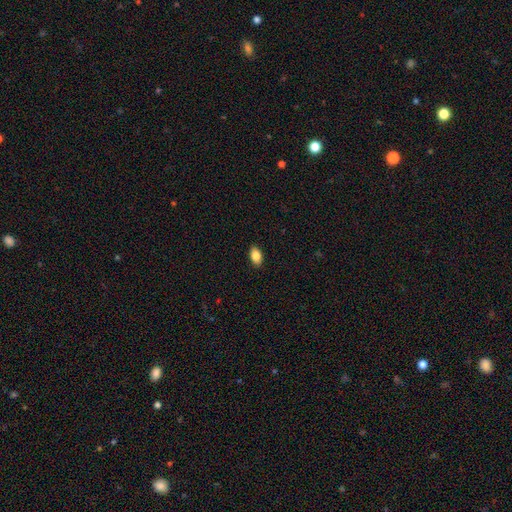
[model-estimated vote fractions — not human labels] A smooth galaxy with no disk features (84%) that is in between round and cigar-shaped (91%). Merging: none (89%).